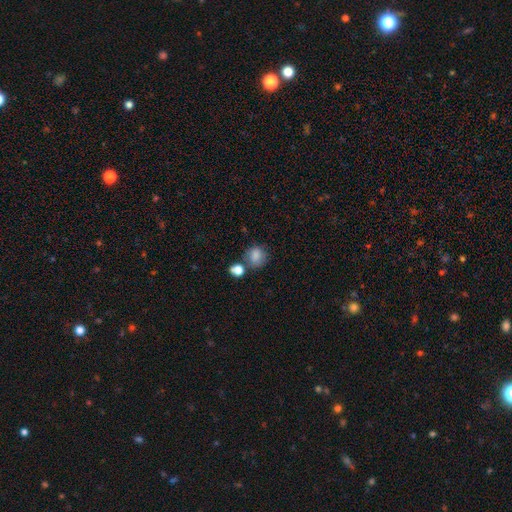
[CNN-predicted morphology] A smooth galaxy with no disk features (82%) that is round (78%). Merging: none (61%).